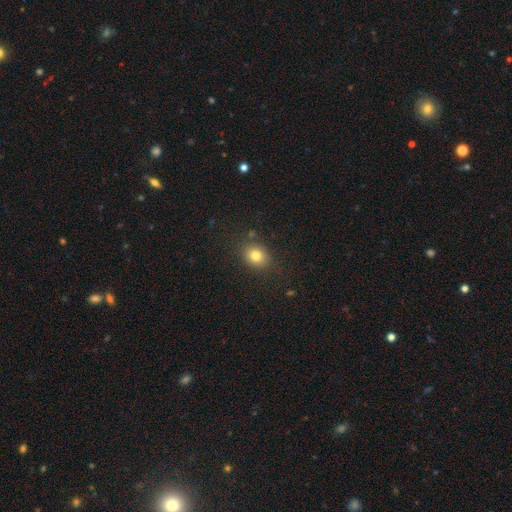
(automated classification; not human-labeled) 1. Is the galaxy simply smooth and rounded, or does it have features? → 80% smooth, 12% star or artifact, 8% featured or disk.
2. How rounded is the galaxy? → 53% round, 46% in between, 1% cigar-shaped.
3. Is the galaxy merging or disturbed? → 82% none, 12% minor disturbance, 4% major disturbance, 2% merger.